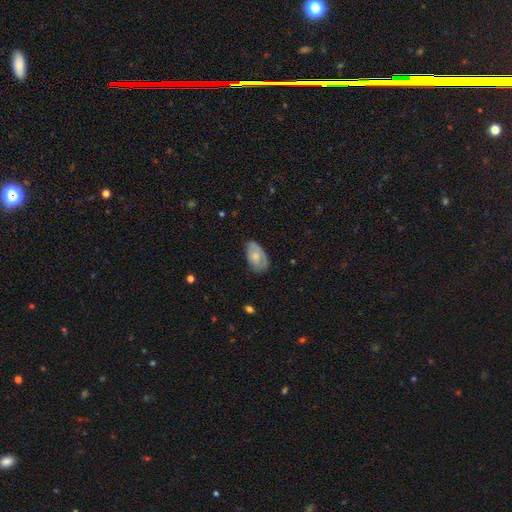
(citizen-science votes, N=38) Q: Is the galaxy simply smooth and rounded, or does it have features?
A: smooth — 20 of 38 (53%).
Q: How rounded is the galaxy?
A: in between — 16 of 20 (80%).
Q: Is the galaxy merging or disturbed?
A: minor disturbance — 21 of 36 (58%).